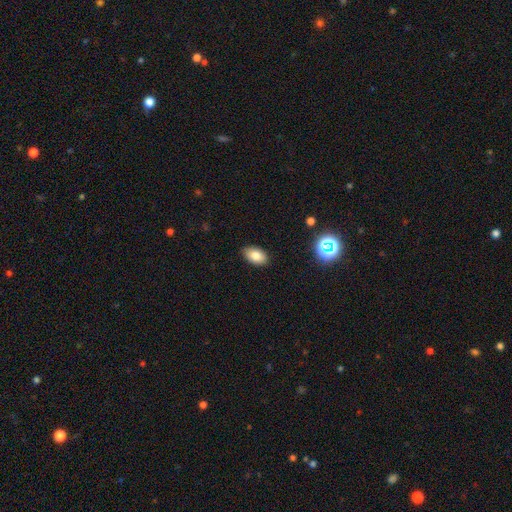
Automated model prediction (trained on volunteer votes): Smooth or featured? smooth (82%)
How rounded? in between (91%)
Merging? none (87%)